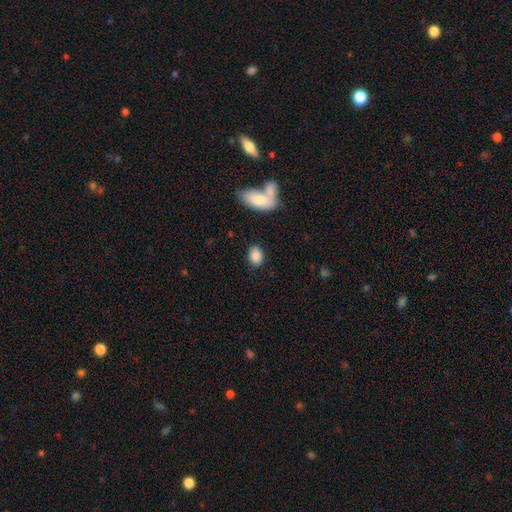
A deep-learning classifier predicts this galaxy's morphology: Overall: smooth (87%). How rounded: in between (78%). Merging: none (80%).